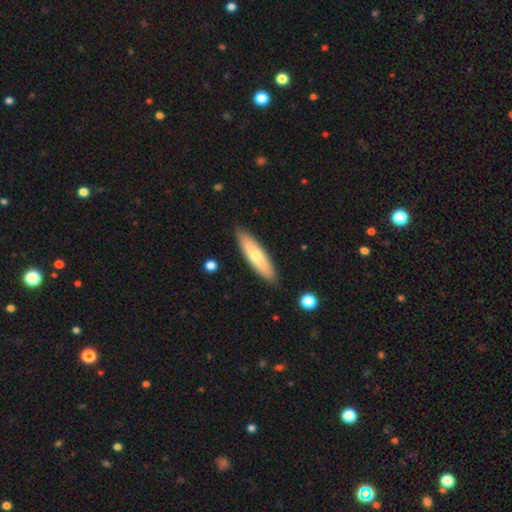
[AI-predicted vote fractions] Smooth or featured: smooth — 63% (featured or disk — 31%)
How rounded: cigar-shaped — 74% (in between — 24%)
Merging: none — 88% (minor disturbance — 9%)